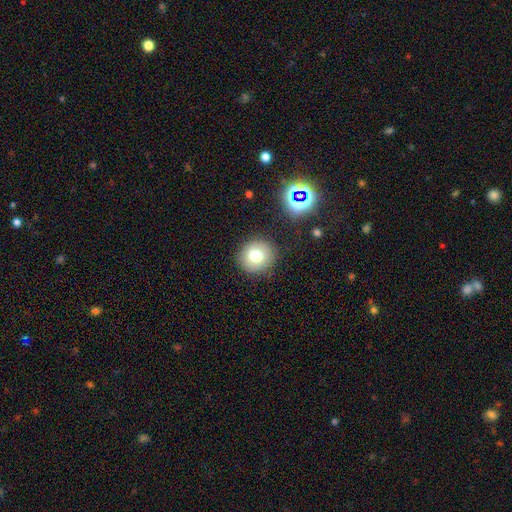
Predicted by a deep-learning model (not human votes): Smooth or featured? smooth (73%)
How rounded? round (90%)
Merging? none (88%)